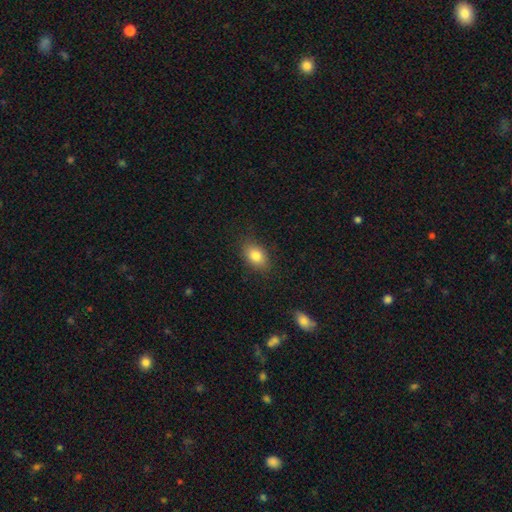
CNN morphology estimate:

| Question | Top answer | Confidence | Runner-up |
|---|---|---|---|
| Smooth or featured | smooth | 82% | star or artifact (9%) |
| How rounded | in between | 80% | round (18%) |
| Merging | none | 82% | minor disturbance (13%) |